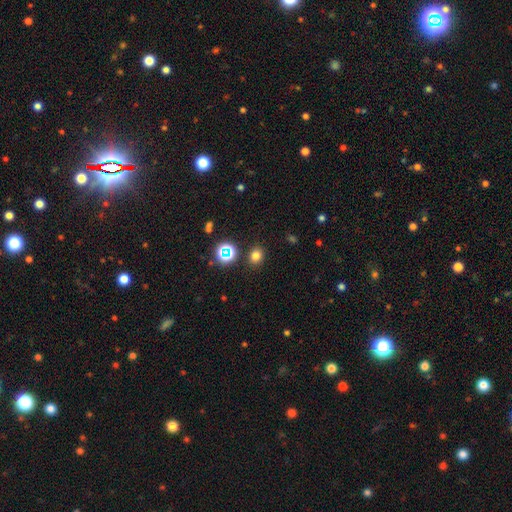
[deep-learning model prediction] smooth_or_featured: smooth (p=0.75) [alt: star or artifact p=0.20]
how_rounded: round (p=0.67) [alt: in between p=0.32]
merging: none (p=0.87) [alt: minor disturbance p=0.08]